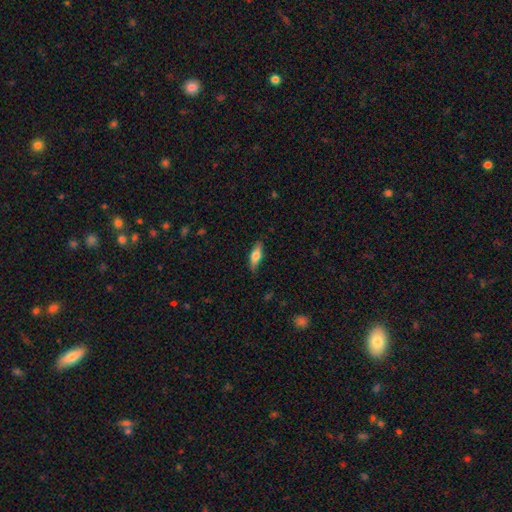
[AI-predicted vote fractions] Smooth or featured: smooth — 64% (featured or disk — 30%)
How rounded: in between — 51% (cigar-shaped — 47%)
Merging: none — 84% (minor disturbance — 12%)